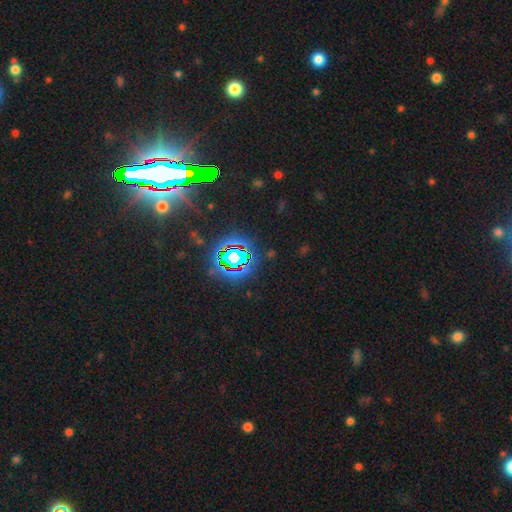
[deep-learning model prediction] Smooth or featured? Predicted: star or artifact (p=0.82).